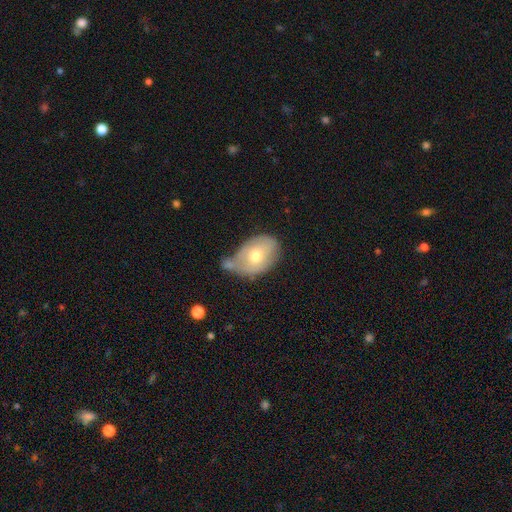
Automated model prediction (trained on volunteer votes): Morphology: type=smooth (60%); roundness=in between (78%); merging=none (32%).